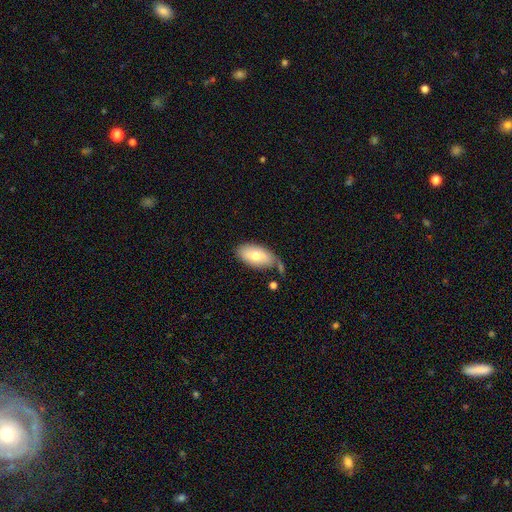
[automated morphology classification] smooth-or-featured: smooth: 72% | featured or disk: 22% | star or artifact: 6%
  how-rounded: in between: 94% | round: 3% | cigar-shaped: 3%
  merging: none: 62% | minor disturbance: 22% | merger: 9% | major disturbance: 6%